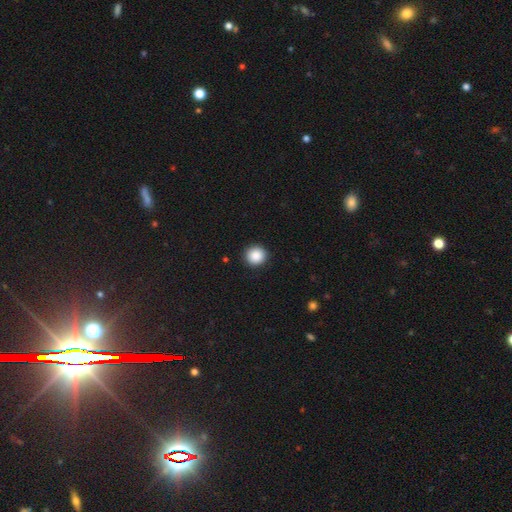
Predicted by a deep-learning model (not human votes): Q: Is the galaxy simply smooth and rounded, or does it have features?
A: smooth — 88%.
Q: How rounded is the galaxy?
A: round — 93%.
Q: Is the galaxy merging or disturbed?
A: none — 91%.